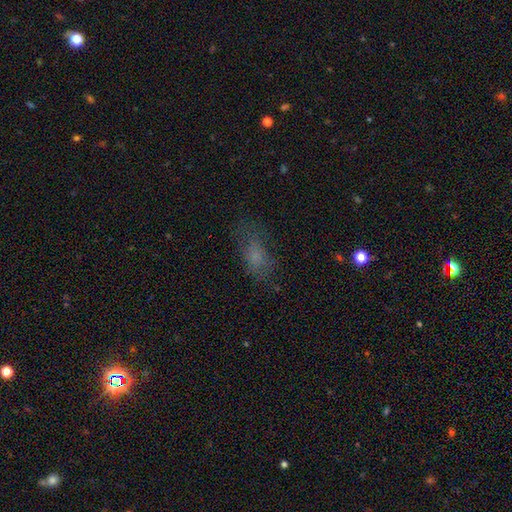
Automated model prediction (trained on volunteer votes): This is likely a smooth galaxy (64%). How rounded: clearly in between (81%). Merging: likely none (62%).